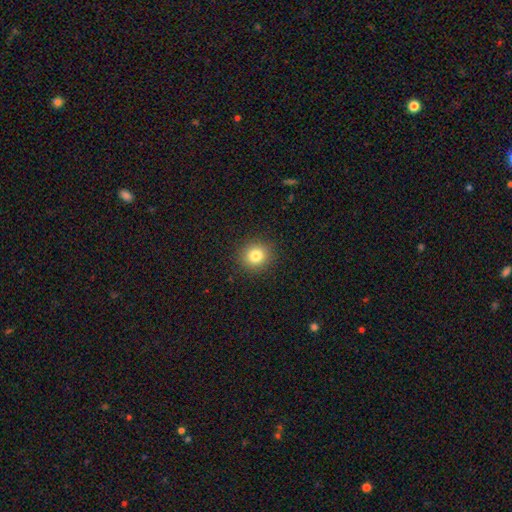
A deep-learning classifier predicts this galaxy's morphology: A smooth galaxy with no disk features (82%) that is round (84%).

Vote fractions:
- Smooth or featured? smooth: 82% / star or artifact: 11% / featured or disk: 7%
- How rounded? round: 84% / in between: 15% / cigar-shaped: 1%
- Merging? none: 91% / minor disturbance: 6% / major disturbance: 2% / merger: 1%